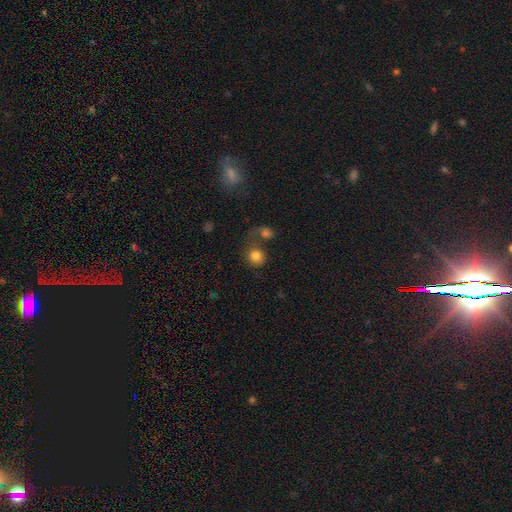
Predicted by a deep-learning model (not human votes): smooth-or-featured: smooth: 80% | featured or disk: 10% | star or artifact: 10%
  how-rounded: round: 81% | in between: 18% | cigar-shaped: 1%
  merging: none: 47% | merger: 32% | minor disturbance: 11% | major disturbance: 10%